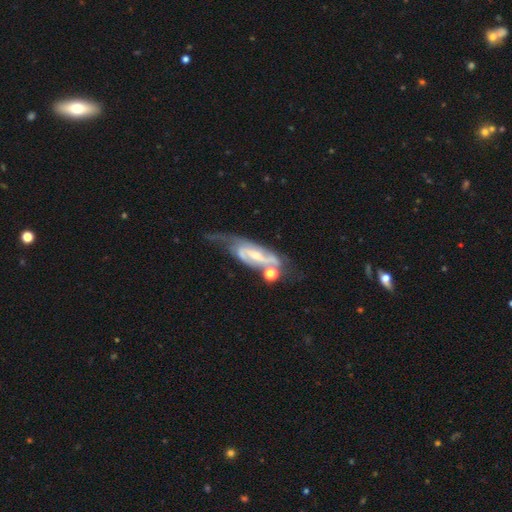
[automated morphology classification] This appears to be a featured or disk galaxy (85%) with a weak bar (40%), 2 (82%) medium (47%) spiral arms (95%) and a small central bulge (55%). Merging: none (43%).